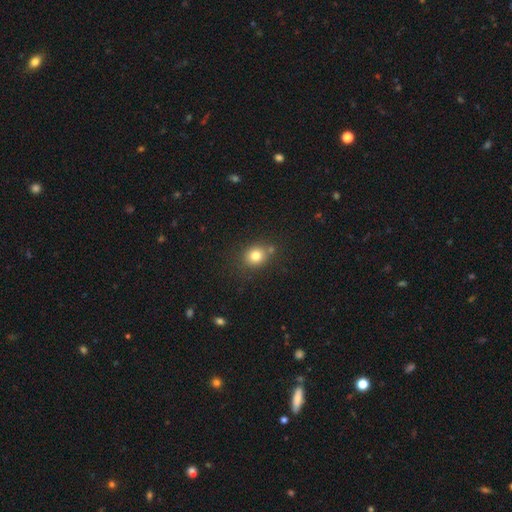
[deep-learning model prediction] Smooth or featured: smooth — 79% (star or artifact — 12%)
How rounded: round — 76% (in between — 23%)
Merging: none — 71% (minor disturbance — 13%)